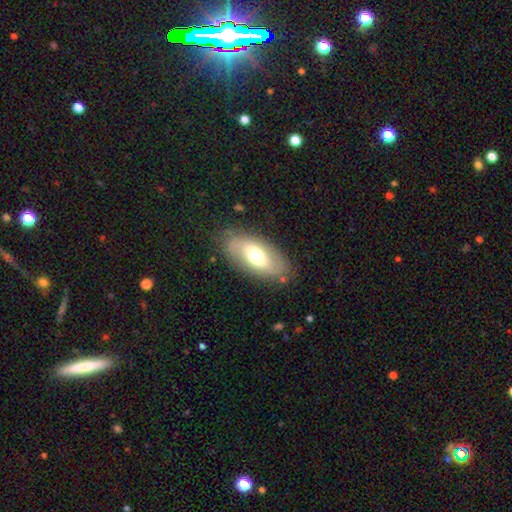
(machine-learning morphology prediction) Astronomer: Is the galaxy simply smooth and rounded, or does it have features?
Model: smooth — 54% (runner-up: featured or disk, 39%).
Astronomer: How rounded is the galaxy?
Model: in between — 91%.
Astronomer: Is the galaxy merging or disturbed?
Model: none — 78%.